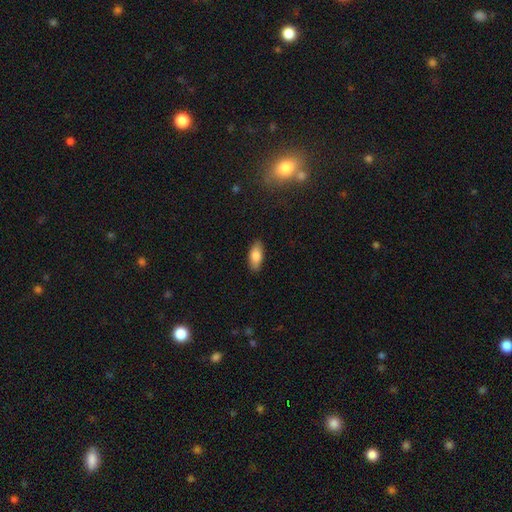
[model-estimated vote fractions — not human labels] This appears to be a smooth galaxy with no disk features (84%) that is in between round and cigar-shaped (86%). Merging: none (87%).